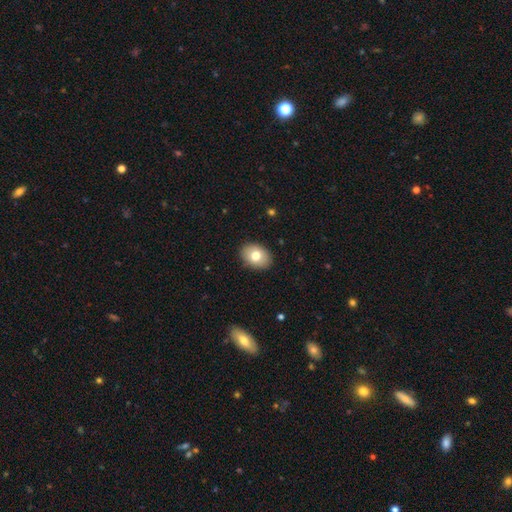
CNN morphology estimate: Q: Smooth or featured?
A: smooth (76%); runner-up: featured or disk (15%)
Q: How rounded?
A: in between (76%); runner-up: round (23%)
Q: Merging?
A: none (89%); runner-up: minor disturbance (8%)